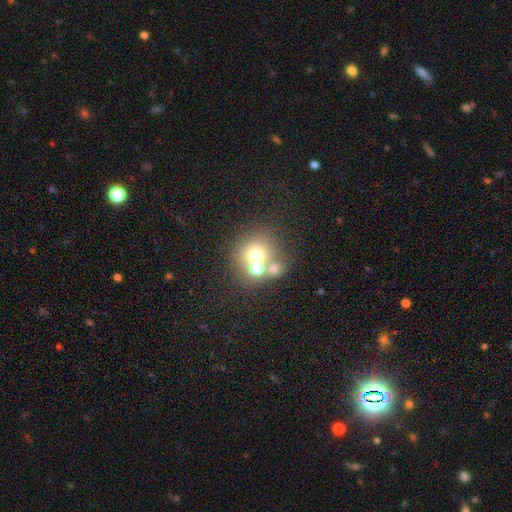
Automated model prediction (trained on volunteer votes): Q: Smooth or featured?
A: smooth (62%); runner-up: featured or disk (20%)
Q: How rounded?
A: round (86%); runner-up: in between (13%)
Q: Merging?
A: none (47%); runner-up: merger (42%)